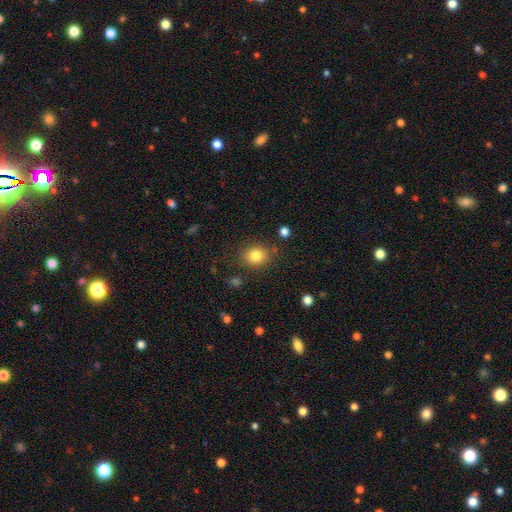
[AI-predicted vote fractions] Smooth or featured?
  - smooth: 83% *
  - star or artifact: 10%
  - featured or disk: 7%
How rounded?
  - round: 65% *
  - in between: 35%
  - cigar-shaped: 1%
Merging?
  - none: 84% *
  - minor disturbance: 10%
  - major disturbance: 3%
  - merger: 3%